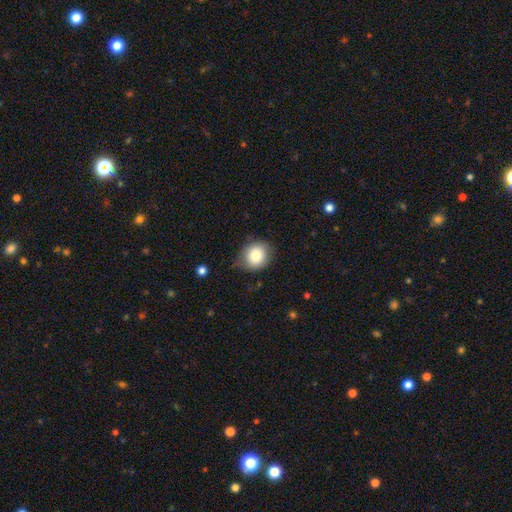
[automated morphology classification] Overall: smooth (81%). How rounded: round (73%). Merging: none (74%).